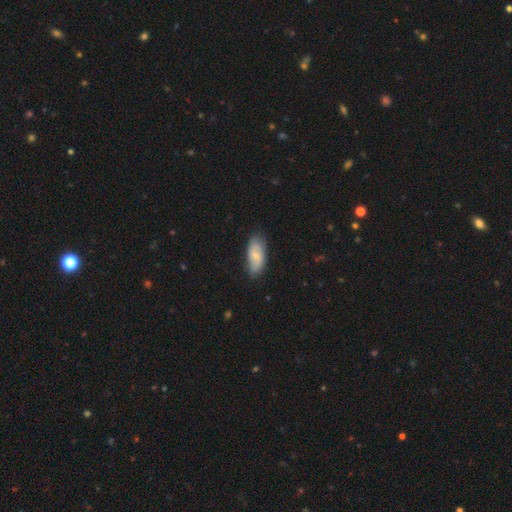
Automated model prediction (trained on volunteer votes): The model was most divided on "smooth or featured": smooth: 64%, featured or disk: 30%, star or artifact: 6%. More confident: how rounded — in between (87%); merging — none (77%).